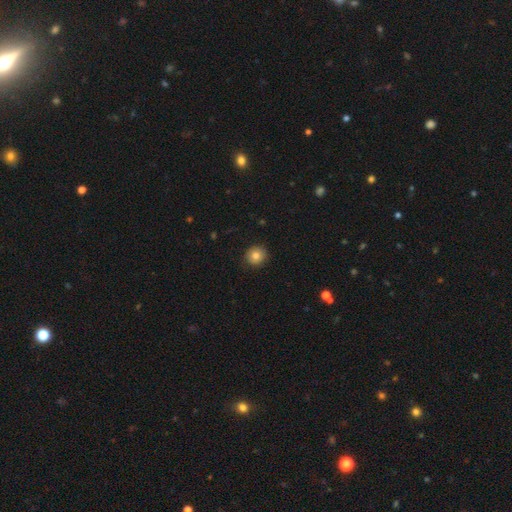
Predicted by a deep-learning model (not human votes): Smooth or featured: smooth — 82% (star or artifact — 10%)
How rounded: round — 88% (in between — 11%)
Merging: none — 89% (minor disturbance — 8%)